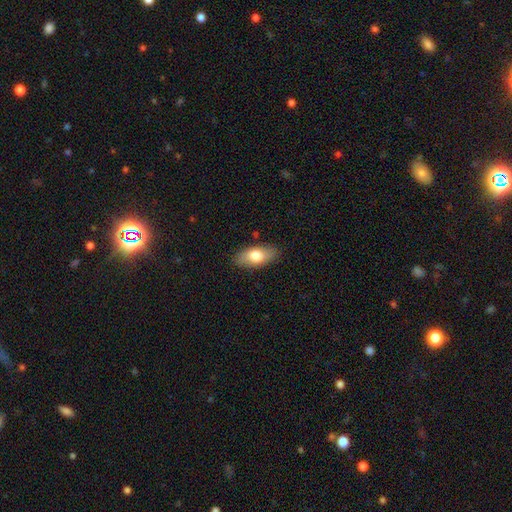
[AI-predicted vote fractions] This is likely a smooth galaxy (76%). How rounded: clearly in between (89%). Merging: clearly none (87%).